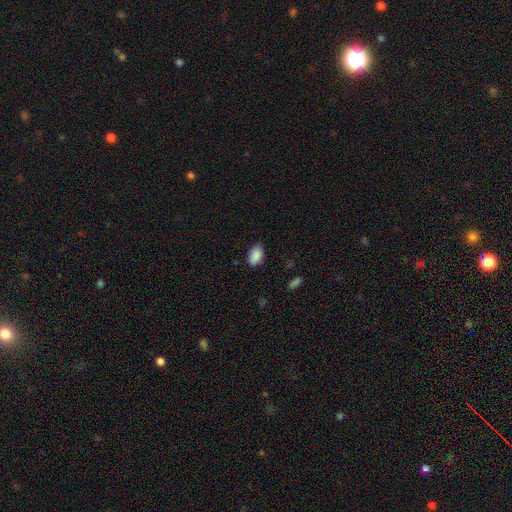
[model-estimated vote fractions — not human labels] smooth-or-featured: smooth: 89% | star or artifact: 7% | featured or disk: 4%
  how-rounded: in between: 93% | round: 6% | cigar-shaped: 2%
  merging: none: 81% | minor disturbance: 15% | major disturbance: 3% | merger: 1%